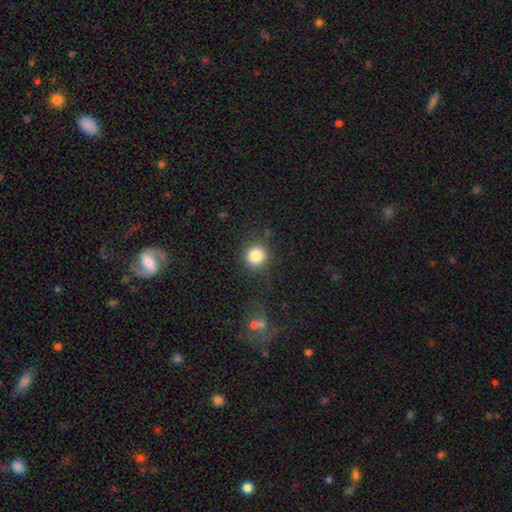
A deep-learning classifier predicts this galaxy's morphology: Q: Smooth or featured?
A: smooth (84%); runner-up: star or artifact (11%)
Q: How rounded?
A: round (91%); runner-up: in between (8%)
Q: Merging?
A: none (80%); runner-up: minor disturbance (12%)